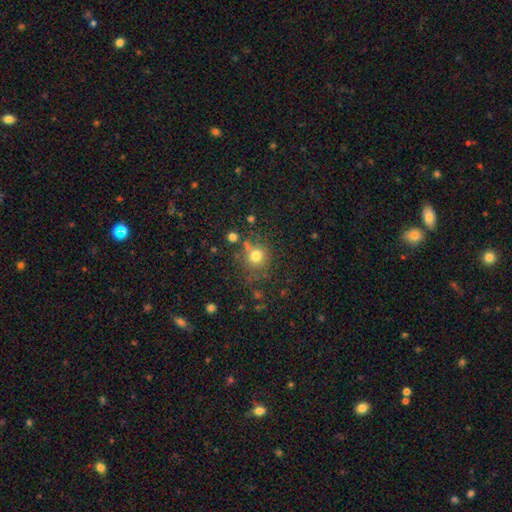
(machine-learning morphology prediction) Q: Smooth or featured?
A: smooth (76%); runner-up: star or artifact (15%)
Q: How rounded?
A: round (91%); runner-up: in between (8%)
Q: Merging?
A: none (73%); runner-up: minor disturbance (12%)